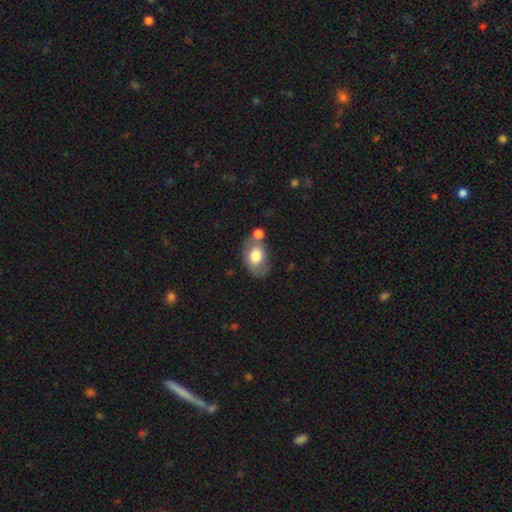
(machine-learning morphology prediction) A smooth galaxy with no disk features (71%) that is in between round and cigar-shaped (82%). Merging: none (41%).